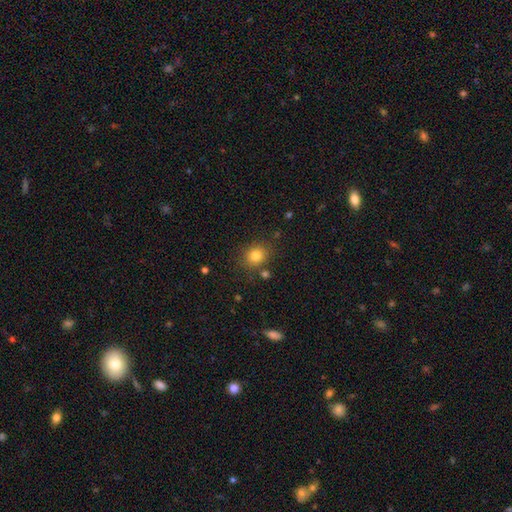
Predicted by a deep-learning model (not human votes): Overall: smooth (81%). How rounded: round (70%). Merging: none (81%).